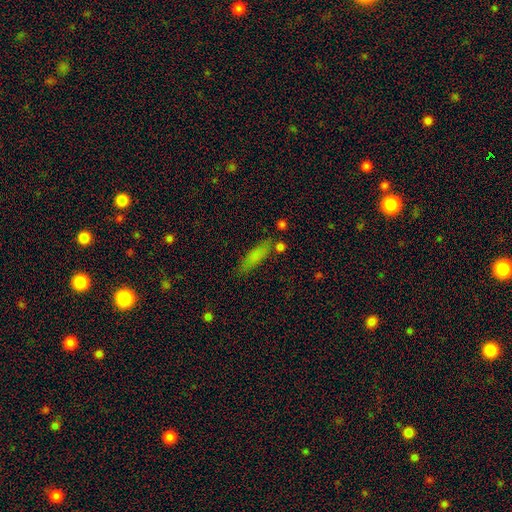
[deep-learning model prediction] Q: Smooth or featured?
A: smooth (74%); runner-up: featured or disk (15%)
Q: How rounded?
A: cigar-shaped (64%); runner-up: in between (34%)
Q: Merging?
A: none (72%); runner-up: minor disturbance (16%)